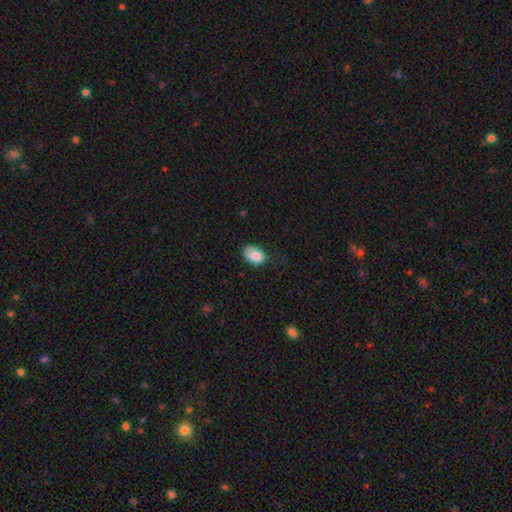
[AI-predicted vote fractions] This appears to be a smooth galaxy with no disk features (82%) that is in between round and cigar-shaped (81%). Merging: none (47%).